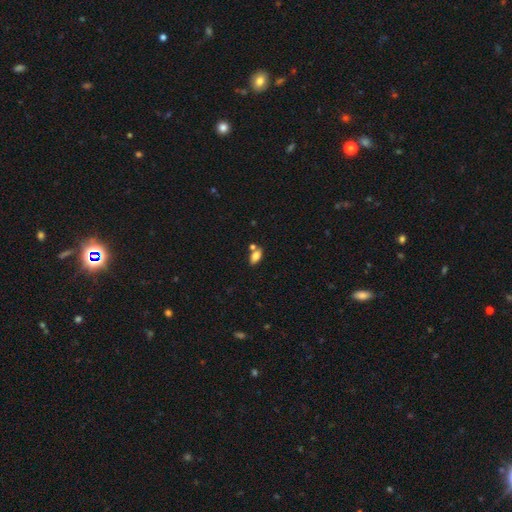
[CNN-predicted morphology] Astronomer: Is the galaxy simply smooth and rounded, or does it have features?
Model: smooth — 80%.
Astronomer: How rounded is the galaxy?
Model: in between — 89%.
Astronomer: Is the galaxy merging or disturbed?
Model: none — 62%.